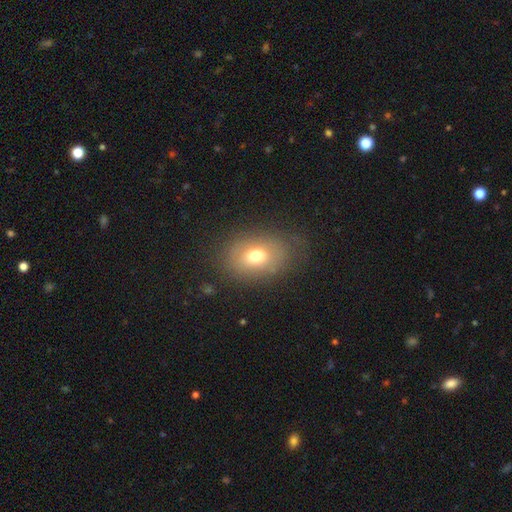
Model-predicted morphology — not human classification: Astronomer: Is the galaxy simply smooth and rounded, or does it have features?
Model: smooth — 68%.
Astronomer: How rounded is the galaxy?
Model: in between — 72%.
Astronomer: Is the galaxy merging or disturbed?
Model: none — 74%.